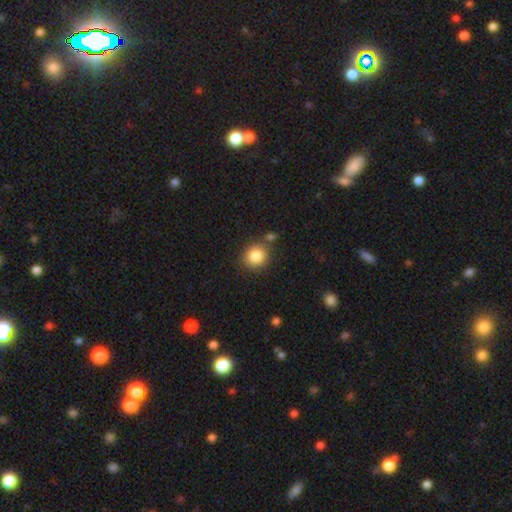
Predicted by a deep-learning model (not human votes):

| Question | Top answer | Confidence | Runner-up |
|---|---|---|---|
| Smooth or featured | smooth | 84% | star or artifact (10%) |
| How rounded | round | 86% | in between (13%) |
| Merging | none | 77% | minor disturbance (10%) |